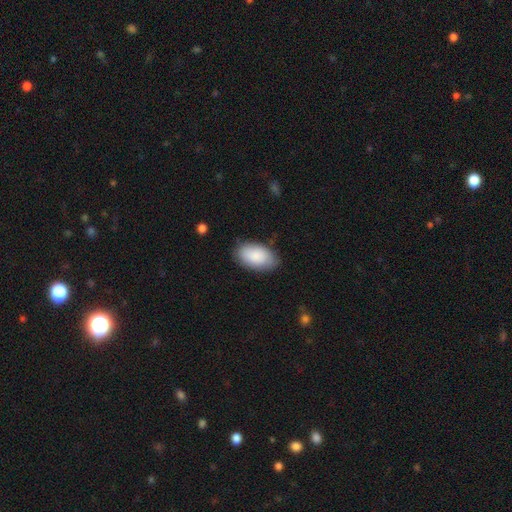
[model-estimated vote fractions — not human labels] smooth 87%, featured or disk 7%, star or artifact 6%. Down the decision tree: how rounded — in between (95%); merging — none (82%).